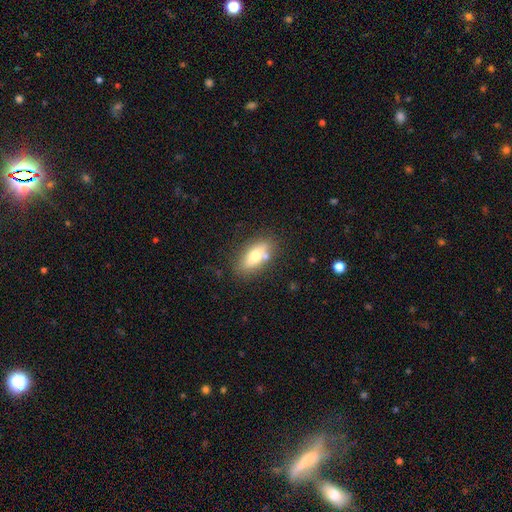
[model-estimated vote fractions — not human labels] Smooth or featured?
  - smooth: 64% *
  - featured or disk: 28%
  - star or artifact: 8%
How rounded?
  - in between: 75% *
  - cigar-shaped: 20%
  - round: 4%
Merging?
  - none: 76% *
  - minor disturbance: 14%
  - merger: 7%
  - major disturbance: 4%